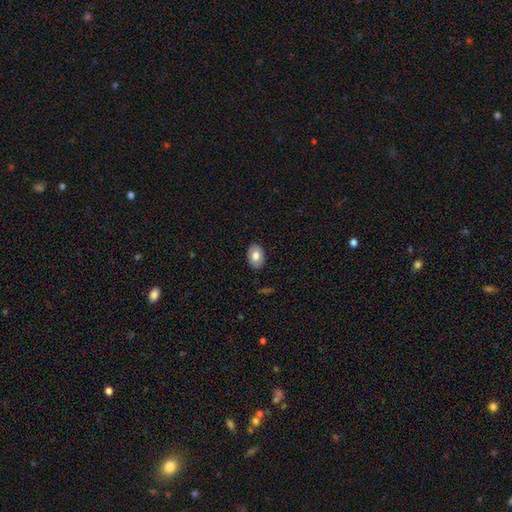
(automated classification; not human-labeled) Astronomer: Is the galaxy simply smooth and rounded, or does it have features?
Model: smooth — 79%.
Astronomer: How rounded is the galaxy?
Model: in between — 82%.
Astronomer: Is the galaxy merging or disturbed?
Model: none — 89%.